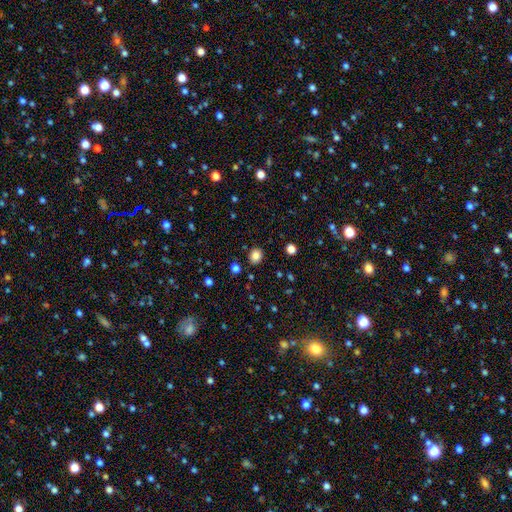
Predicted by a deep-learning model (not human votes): Smooth or featured? Predicted: smooth (p=0.83). How rounded? Predicted: round (p=0.64). Merging? Predicted: none (p=0.87).